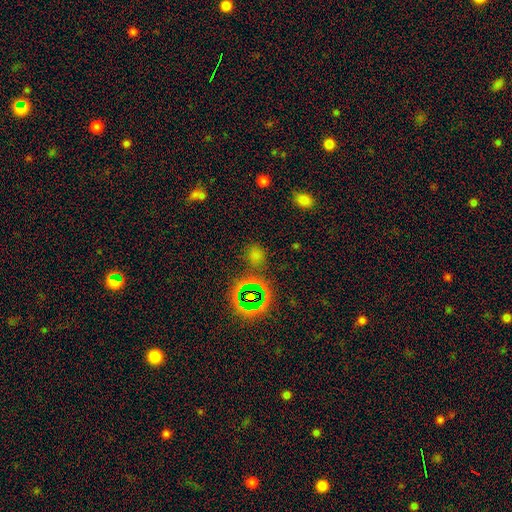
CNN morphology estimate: smooth 53%, star or artifact 40%, featured or disk 7%. Down the decision tree: how rounded — round (70%); merging — none (77%).